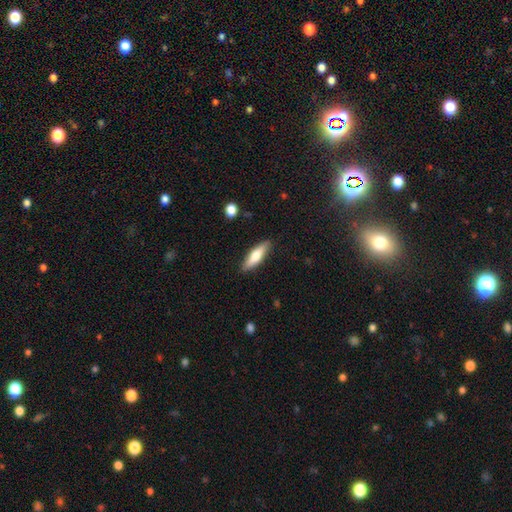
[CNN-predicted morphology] smooth-or-featured: smooth: 65% | featured or disk: 29% | star or artifact: 6%
  how-rounded: cigar-shaped: 63% | in between: 36% | round: 2%
  merging: none: 87% | minor disturbance: 10% | major disturbance: 2% | merger: 1%